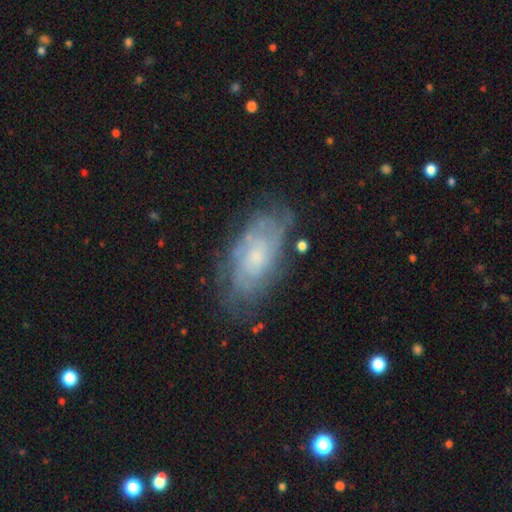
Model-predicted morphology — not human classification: A featured or disk galaxy (65%) with no bar (77%), spiral arms (78%) and a small central bulge (57%). Merging: none (69%).